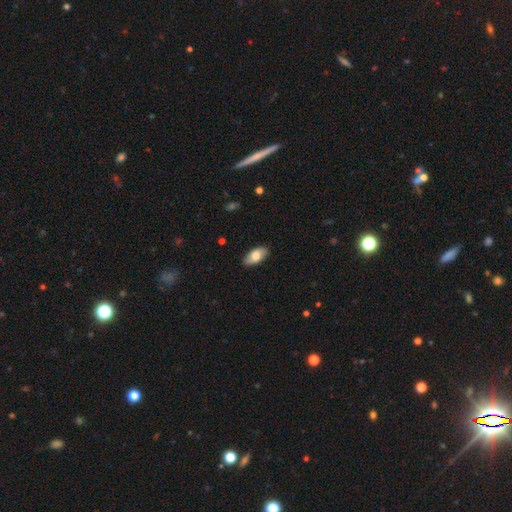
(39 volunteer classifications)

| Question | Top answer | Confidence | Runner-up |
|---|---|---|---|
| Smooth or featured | smooth | 85% | featured or disk (13%) |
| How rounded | in between | 91% | cigar-shaped (6%) |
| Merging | none | 89% | minor disturbance (8%) |